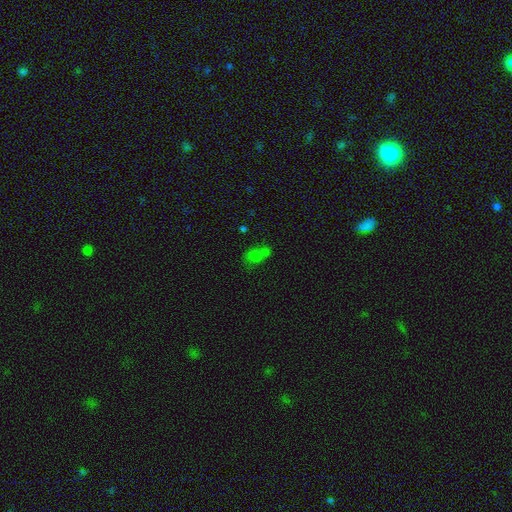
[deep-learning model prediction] A smooth galaxy with no disk features (65%) that is in between round and cigar-shaped (59%). Merging: merger (43%).